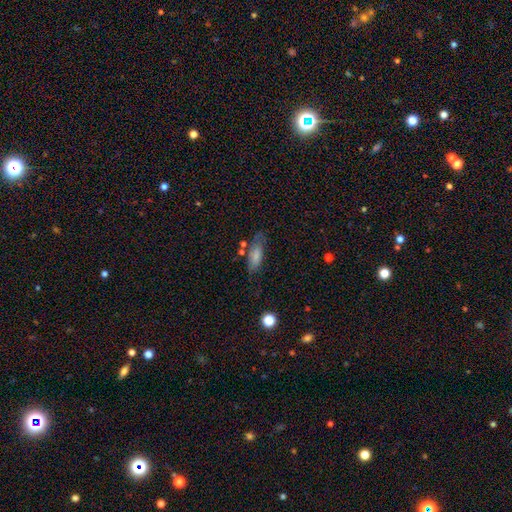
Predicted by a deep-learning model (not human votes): This appears to be a smooth galaxy with no disk features (74%) that is in between round and cigar-shaped (77%). Merging: none (58%).